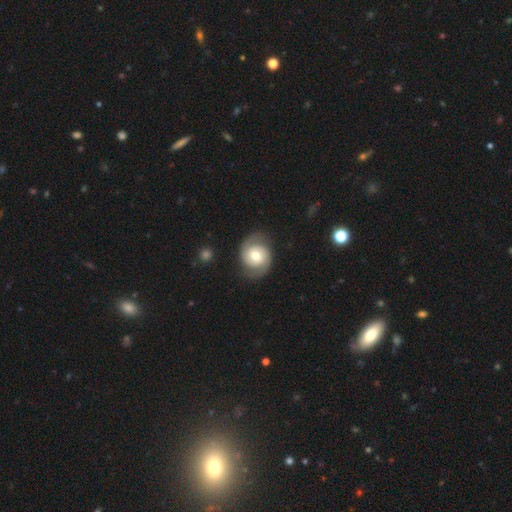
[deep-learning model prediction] A featured or disk galaxy (77%) with no bar (64%), 2 (91%) tight (44%) spiral arms (94%) and a moderate central bulge (73%). Merging: none (81%).